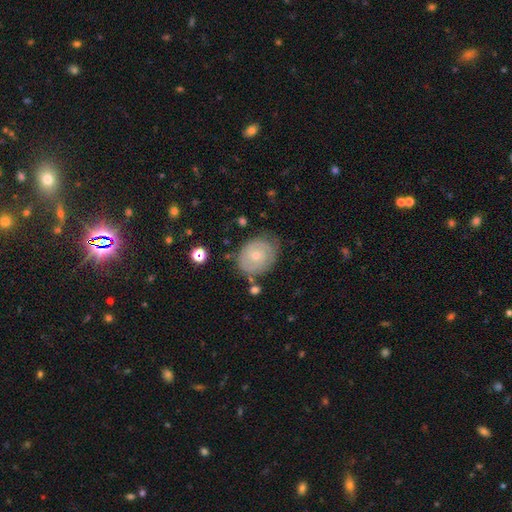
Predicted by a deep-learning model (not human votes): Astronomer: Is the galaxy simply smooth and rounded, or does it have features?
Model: featured or disk — 68%.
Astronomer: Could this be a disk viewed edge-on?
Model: no — 97%.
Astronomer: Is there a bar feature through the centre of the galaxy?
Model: no — 78%.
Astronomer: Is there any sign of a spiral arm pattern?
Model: yes — 81%.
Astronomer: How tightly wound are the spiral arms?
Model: tight — 73%.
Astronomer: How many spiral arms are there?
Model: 2 — 48% (runner-up: can't tell, 32%).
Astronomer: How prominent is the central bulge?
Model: small — 58% (runner-up: moderate, 39%).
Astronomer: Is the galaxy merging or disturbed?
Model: none — 71%.